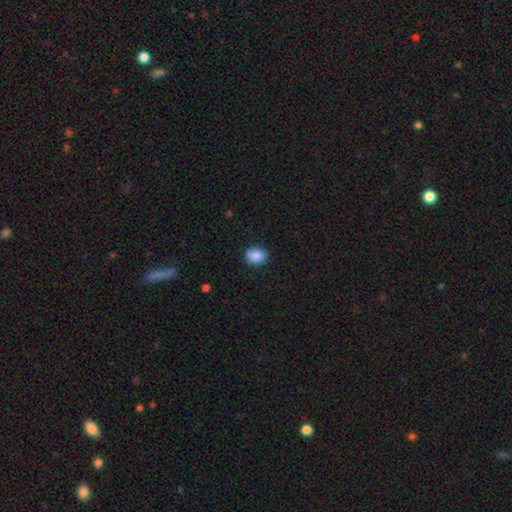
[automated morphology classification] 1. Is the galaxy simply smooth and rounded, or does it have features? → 89% smooth, 8% star or artifact, 4% featured or disk.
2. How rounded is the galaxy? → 67% in between, 32% round, 1% cigar-shaped.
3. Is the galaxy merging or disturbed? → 88% none, 9% minor disturbance, 2% major disturbance, 1% merger.